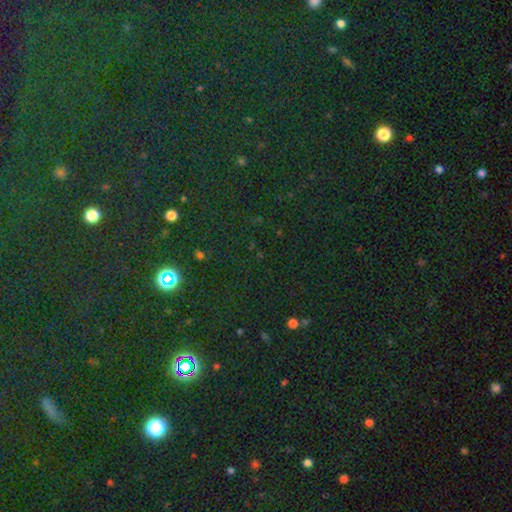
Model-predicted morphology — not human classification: smooth-or-featured: star or artifact: 81% | smooth: 12% | featured or disk: 7%